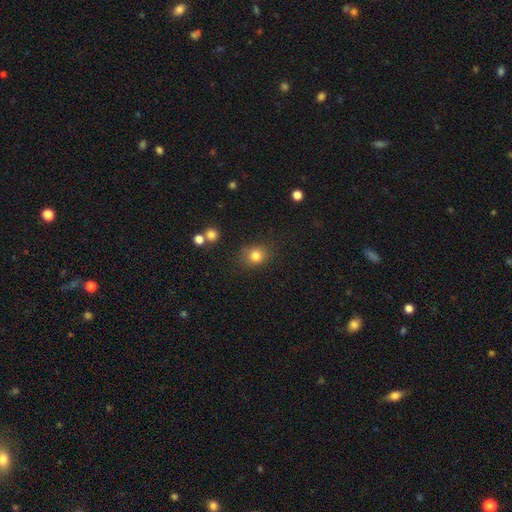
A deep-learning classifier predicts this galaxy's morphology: Smooth or featured? Predicted: smooth (p=0.81). How rounded? Predicted: round (p=0.69). Merging? Predicted: none (p=0.79).